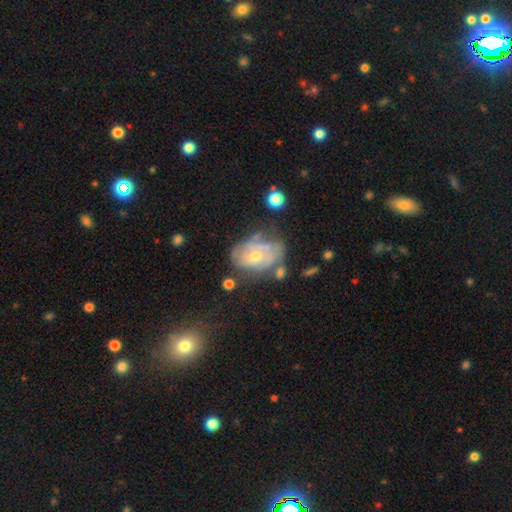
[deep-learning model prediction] Q: Smooth or featured?
A: featured or disk (66%); runner-up: smooth (25%)
Q: Edge-on disk?
A: no (96%); runner-up: yes (4%)
Q: Bar?
A: no (77%); runner-up: weak (19%)
Q: Spiral arms?
A: yes (64%); runner-up: no (36%)
Q: Bulge size?
A: small (50%); runner-up: moderate (45%)
Q: Merging?
A: none (45%); runner-up: minor disturbance (27%)